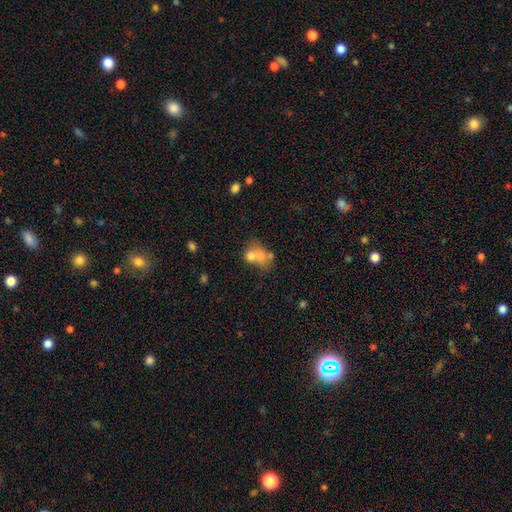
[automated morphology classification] Overall: smooth (66%). How rounded: in between (55%; round 44%). Merging: merger (58%; none 24%).